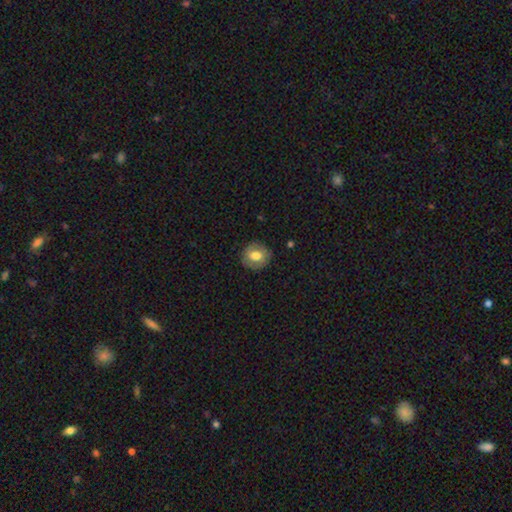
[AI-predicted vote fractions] Smooth or featured? smooth (65%)
How rounded? round (81%)
Merging? none (85%)